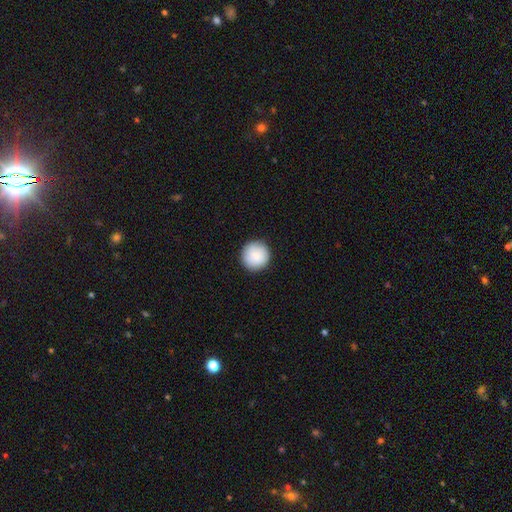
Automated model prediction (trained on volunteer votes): smooth-or-featured: smooth: 89% | star or artifact: 6% | featured or disk: 5%
  how-rounded: round: 96% | in between: 3% | cigar-shaped: 1%
  merging: none: 91% | minor disturbance: 6% | major disturbance: 2% | merger: 1%